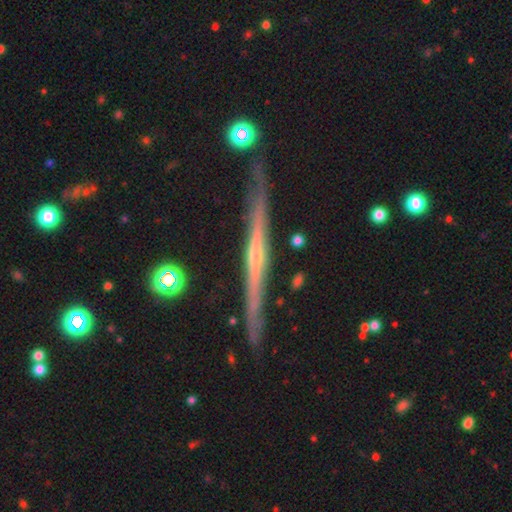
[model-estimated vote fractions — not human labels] smooth-or-featured: featured or disk: 81% | smooth: 13% | star or artifact: 6%
  disk-edge-on: yes: 98% | no: 2%
    edge-on-bulge: none: 49% | rounded: 45% | boxy: 6%
  merging: none: 88% | minor disturbance: 9% | merger: 2% | major disturbance: 2%